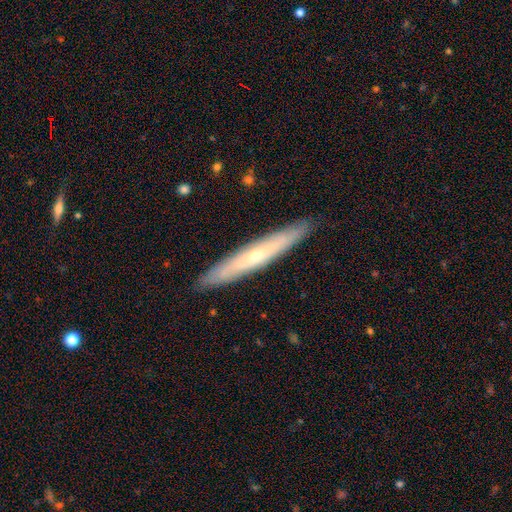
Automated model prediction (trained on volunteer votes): A featured or disk galaxy (55%) viewed edge-on (86%).

Vote fractions:
- Smooth or featured? featured or disk: 55% / smooth: 39% / star or artifact: 6%
- Edge-on disk? yes: 86% / no: 14%
- Merging? none: 90% / minor disturbance: 8% / major disturbance: 1% / merger: 1%